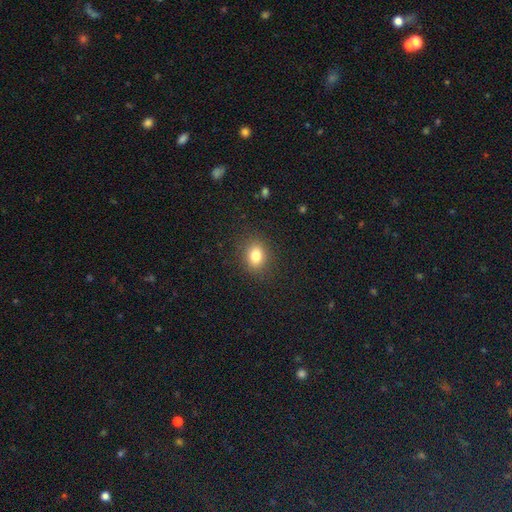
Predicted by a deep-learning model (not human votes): Smooth or featured? smooth (82%)
How rounded? in between (57%)
Merging? none (87%)